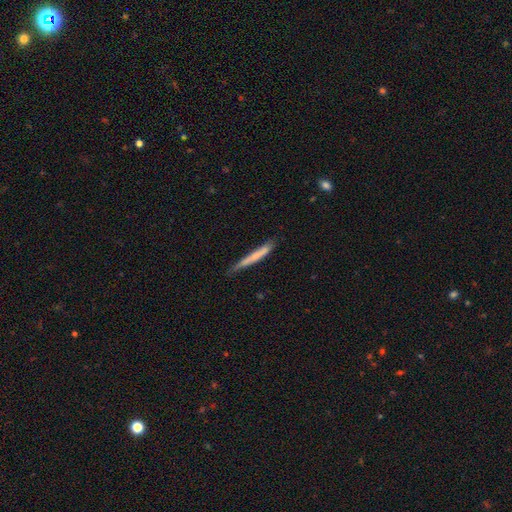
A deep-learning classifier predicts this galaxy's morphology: A smooth galaxy with no disk features (64%) that is cigar-shaped (96%).

Vote fractions:
- Smooth or featured? smooth: 64% / featured or disk: 30% / star or artifact: 6%
- How rounded? cigar-shaped: 96% / in between: 2% / round: 1%
- Merging? none: 71% / minor disturbance: 23% / major disturbance: 4% / merger: 2%